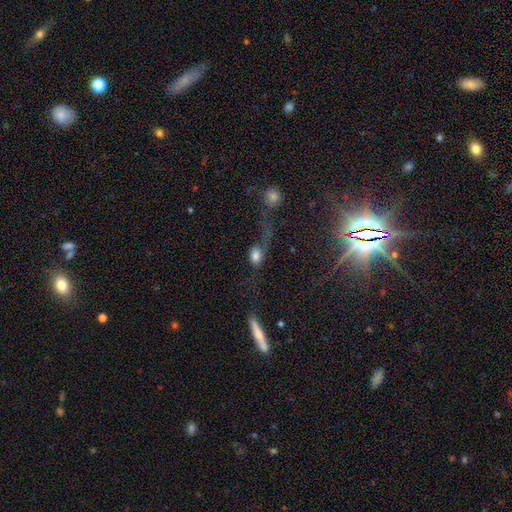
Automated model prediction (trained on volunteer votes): Overall: smooth (67%). How rounded: in between (61%; round 33%). Merging: major disturbance (41%; none 23%).